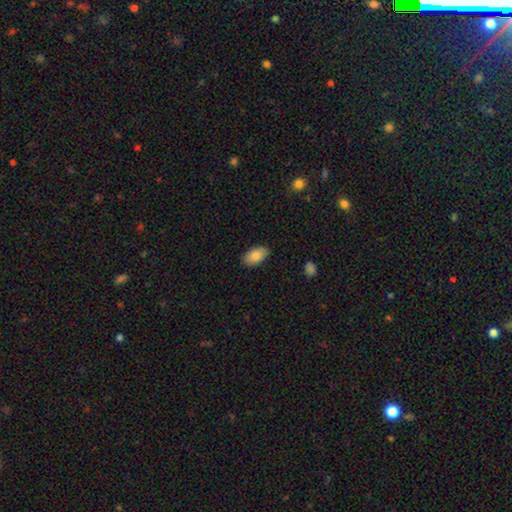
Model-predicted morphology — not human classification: Smooth or featured: smooth — 84% (featured or disk — 10%)
How rounded: in between — 94% (round — 4%)
Merging: none — 86% (minor disturbance — 10%)